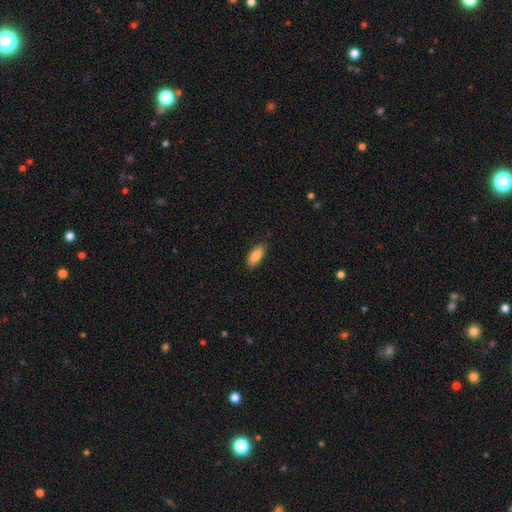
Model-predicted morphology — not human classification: smooth_or_featured: smooth (p=0.86) [alt: featured or disk p=0.08]
how_rounded: in between (p=0.86) [alt: cigar-shaped p=0.12]
merging: none (p=0.86) [alt: minor disturbance p=0.11]